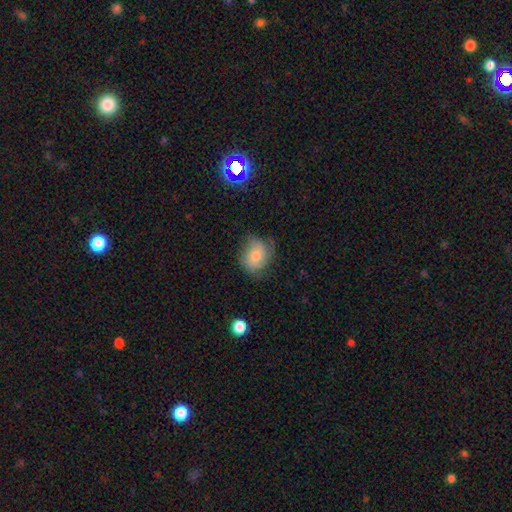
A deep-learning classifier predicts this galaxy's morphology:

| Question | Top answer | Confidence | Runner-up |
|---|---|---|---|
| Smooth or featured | smooth | 65% | featured or disk (27%) |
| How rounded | round | 50% | in between (49%) |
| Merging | none | 57% | minor disturbance (31%) |